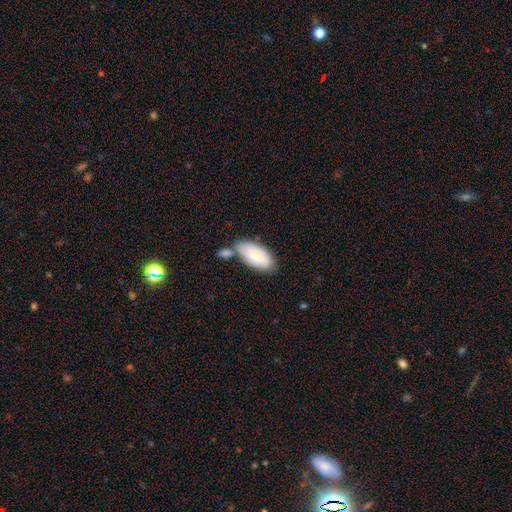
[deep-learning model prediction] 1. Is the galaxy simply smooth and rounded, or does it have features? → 69% smooth, 25% featured or disk, 6% star or artifact.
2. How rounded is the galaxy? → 93% in between, 5% cigar-shaped, 2% round.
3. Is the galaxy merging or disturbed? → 49% none, 25% merger, 20% minor disturbance, 5% major disturbance.